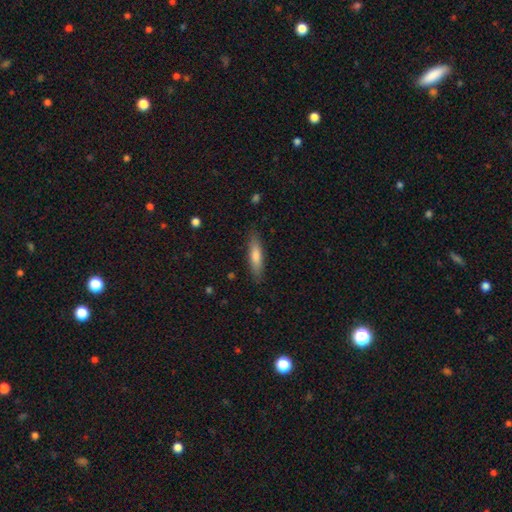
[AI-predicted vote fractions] Smooth or featured? Predicted: smooth (p=0.71). How rounded? Predicted: cigar-shaped (p=0.75). Merging? Predicted: none (p=0.87).